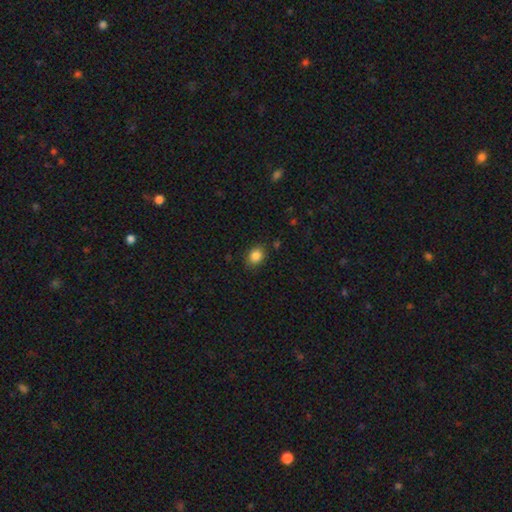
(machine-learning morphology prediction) Smooth or featured?
  - smooth: 86% *
  - star or artifact: 10%
  - featured or disk: 4%
How rounded?
  - in between: 54% *
  - round: 45%
  - cigar-shaped: 1%
Merging?
  - none: 85% *
  - minor disturbance: 11%
  - major disturbance: 3%
  - merger: 1%